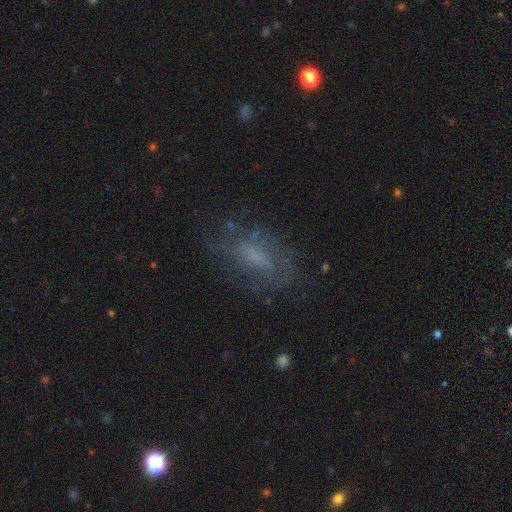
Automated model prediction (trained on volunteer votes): smooth-or-featured: featured or disk: 49% | smooth: 37% | star or artifact: 14%
  merging: none: 63% | minor disturbance: 20% | major disturbance: 15% | merger: 2%